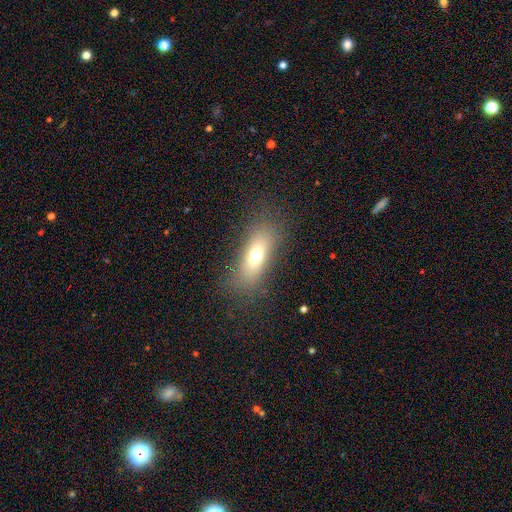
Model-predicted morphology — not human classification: smooth-or-featured: smooth: 68% | featured or disk: 20% | star or artifact: 12%
  how-rounded: in between: 68% | cigar-shaped: 26% | round: 7%
  merging: none: 80% | minor disturbance: 12% | major disturbance: 7% | merger: 1%